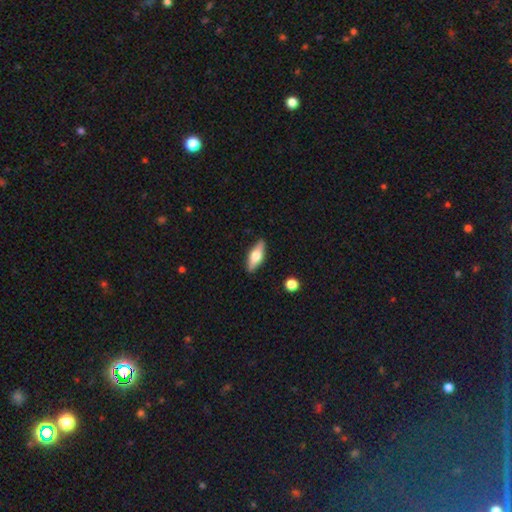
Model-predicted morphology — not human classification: Q: Smooth or featured?
A: featured or disk (47%); runner-up: smooth (46%)
Q: Merging?
A: none (88%); runner-up: minor disturbance (8%)